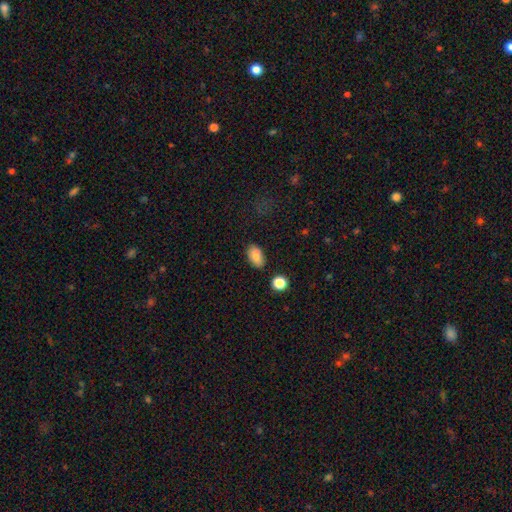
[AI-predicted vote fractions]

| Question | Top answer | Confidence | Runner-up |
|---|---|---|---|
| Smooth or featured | smooth | 84% | star or artifact (9%) |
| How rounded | in between | 91% | round (7%) |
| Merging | none | 78% | minor disturbance (15%) |